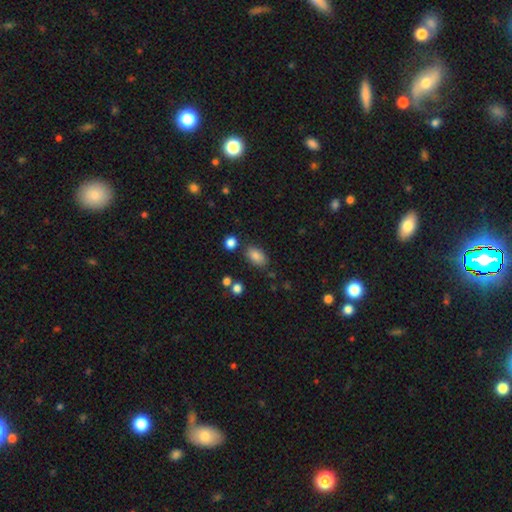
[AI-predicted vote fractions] Smooth or featured?
  - smooth: 84% *
  - star or artifact: 9%
  - featured or disk: 6%
How rounded?
  - in between: 89% *
  - round: 9%
  - cigar-shaped: 2%
Merging?
  - none: 77% *
  - minor disturbance: 14%
  - merger: 5%
  - major disturbance: 4%